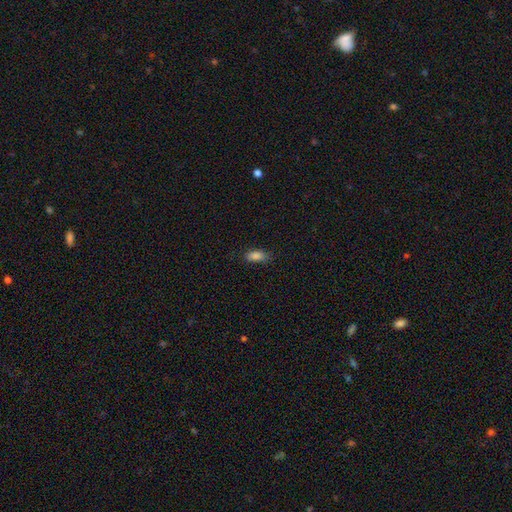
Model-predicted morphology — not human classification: Smooth or featured: smooth — 86% (star or artifact — 9%)
How rounded: in between — 87% (cigar-shaped — 9%)
Merging: none — 76% (minor disturbance — 19%)